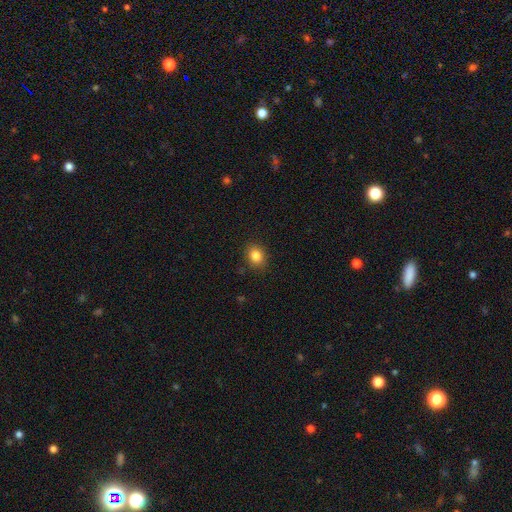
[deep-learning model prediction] Smooth or featured?
  - smooth: 84% *
  - star or artifact: 10%
  - featured or disk: 6%
How rounded?
  - round: 53% *
  - in between: 46%
  - cigar-shaped: 1%
Merging?
  - none: 88% *
  - minor disturbance: 9%
  - major disturbance: 2%
  - merger: 1%